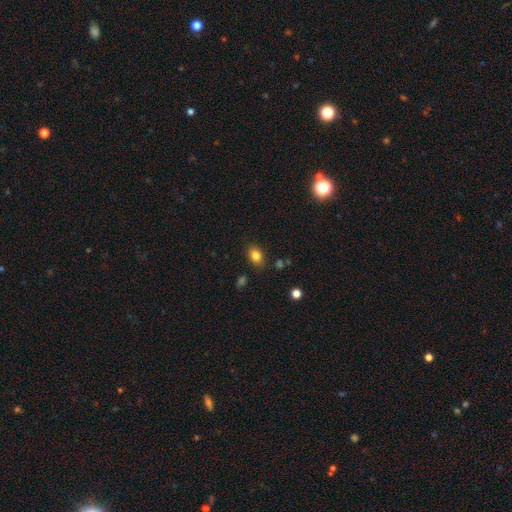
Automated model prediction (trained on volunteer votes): smooth-or-featured: smooth: 83% | star or artifact: 10% | featured or disk: 7%
  how-rounded: in between: 70% | round: 29% | cigar-shaped: 1%
  merging: none: 82% | minor disturbance: 12% | major disturbance: 3% | merger: 3%